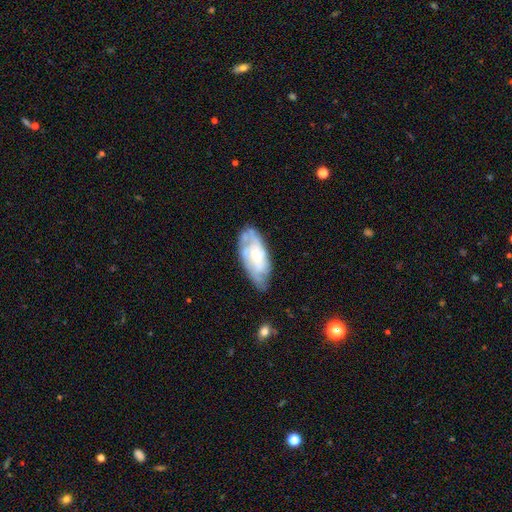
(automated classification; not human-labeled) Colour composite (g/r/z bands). It shows a featured or disk galaxy (65%) with no bar (66%), spiral arms (75%) and a small central bulge (49%). Merging: none (64%).